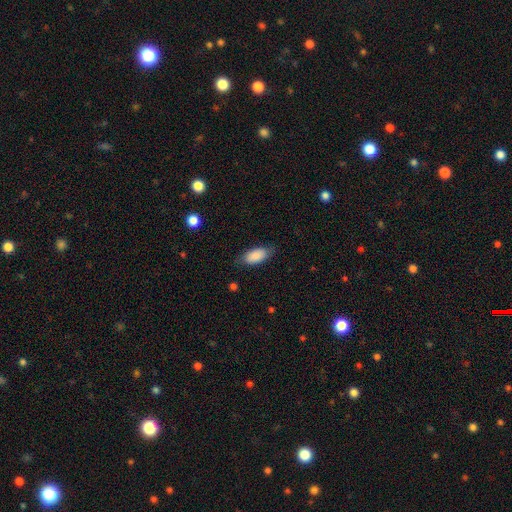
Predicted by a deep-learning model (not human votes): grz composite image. It shows a smooth galaxy with no disk features (87%) that is in between round and cigar-shaped (91%). Merging: none (77%).